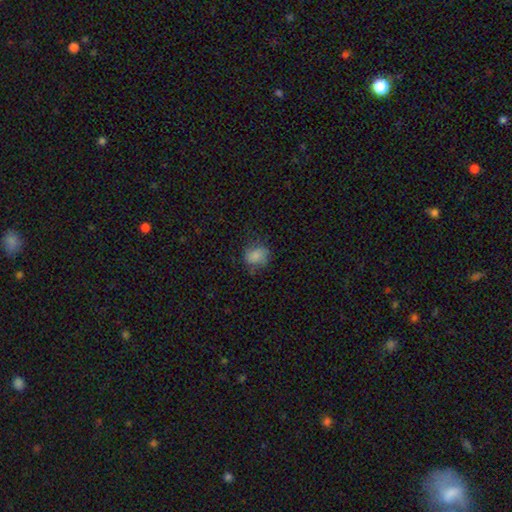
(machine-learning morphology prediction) Q: Smooth or featured?
A: smooth (80%); runner-up: star or artifact (10%)
Q: How rounded?
A: round (57%); runner-up: in between (42%)
Q: Merging?
A: none (64%); runner-up: minor disturbance (25%)